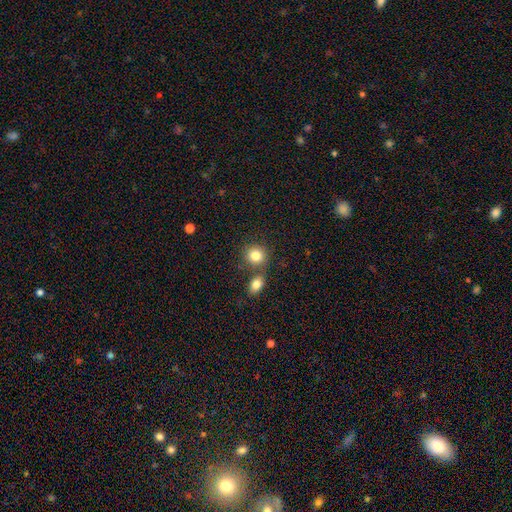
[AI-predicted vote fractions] This appears to be a smooth galaxy with no disk features (83%) that is round (81%). Merging: none (62%).